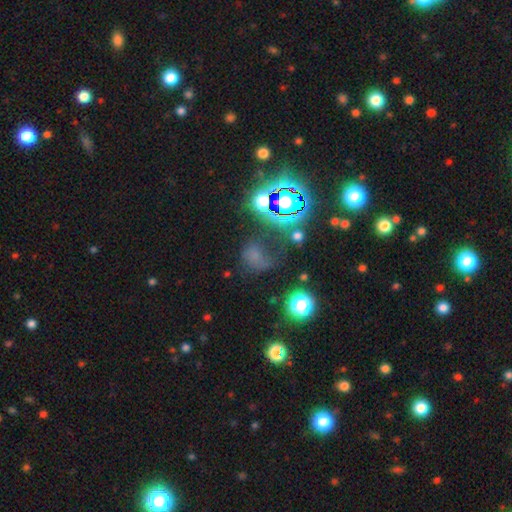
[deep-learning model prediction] Smooth or featured? smooth (45%)
Merging? none (40%)